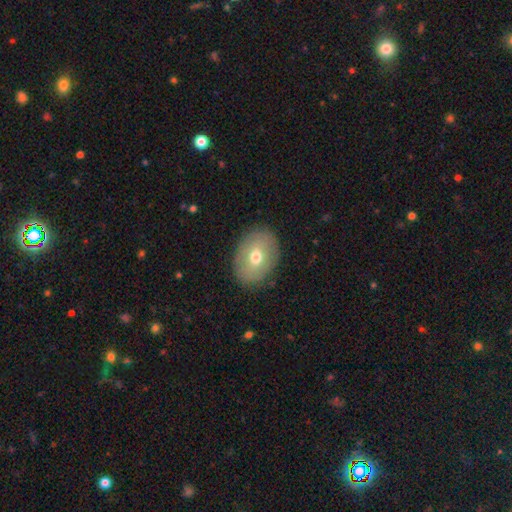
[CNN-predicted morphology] smooth 59%, featured or disk 32%, star or artifact 9%. Down the decision tree: how rounded — in between (76%); merging — none (88%).